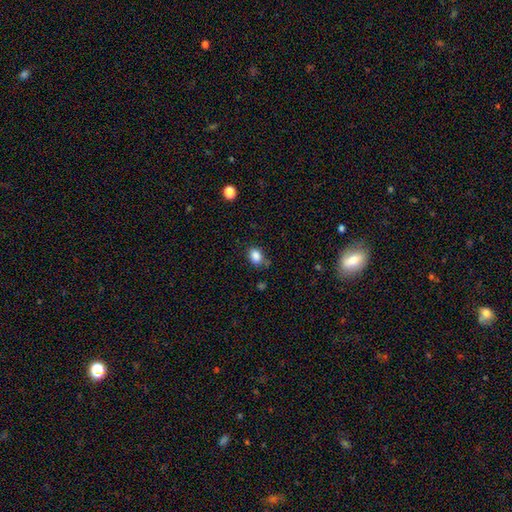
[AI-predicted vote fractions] Q: Smooth or featured?
A: smooth (86%); runner-up: star or artifact (10%)
Q: How rounded?
A: in between (69%); runner-up: round (30%)
Q: Merging?
A: none (73%); runner-up: minor disturbance (18%)